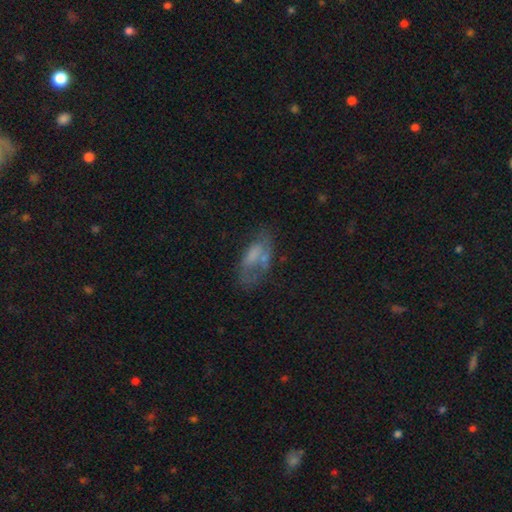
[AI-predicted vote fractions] smooth_or_featured: smooth (p=0.48) [alt: featured or disk p=0.41]
merging: none (p=0.38) [alt: major disturbance p=0.27]